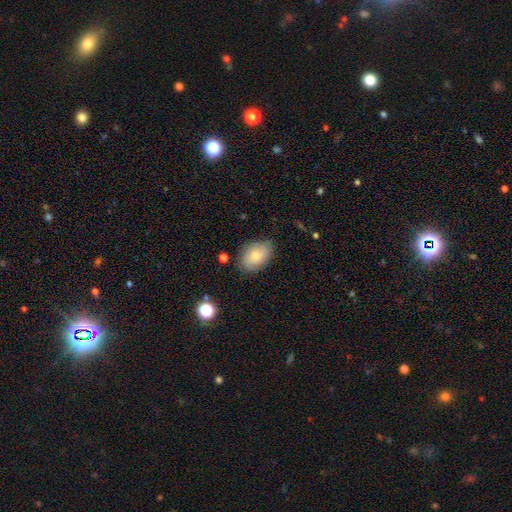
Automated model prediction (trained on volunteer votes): Overall: smooth (73%). How rounded: in between (84%). Merging: none (77%).